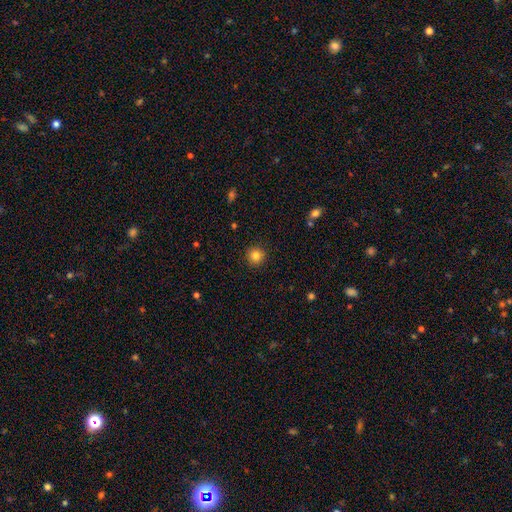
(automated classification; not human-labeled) This appears to be a smooth galaxy with no disk features (83%) that is round (94%). Merging: none (92%).